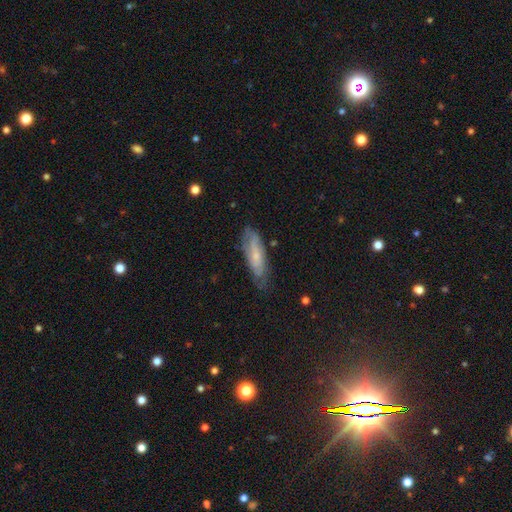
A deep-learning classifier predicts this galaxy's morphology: This appears to be a featured or disk galaxy (53%). Merging: none (66%).